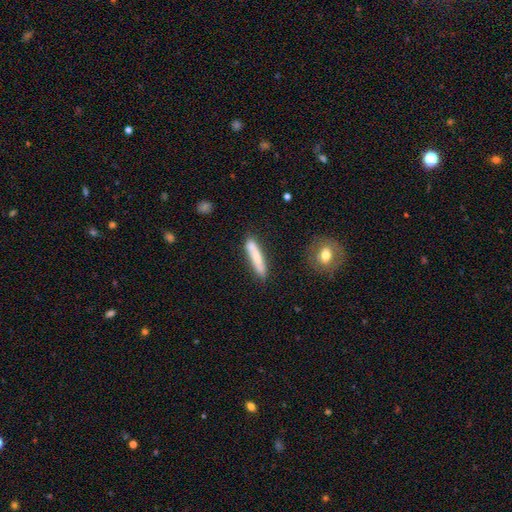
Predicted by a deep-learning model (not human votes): Smooth or featured? Predicted: smooth (p=0.71). How rounded? Predicted: cigar-shaped (p=0.92). Merging? Predicted: none (p=0.78).